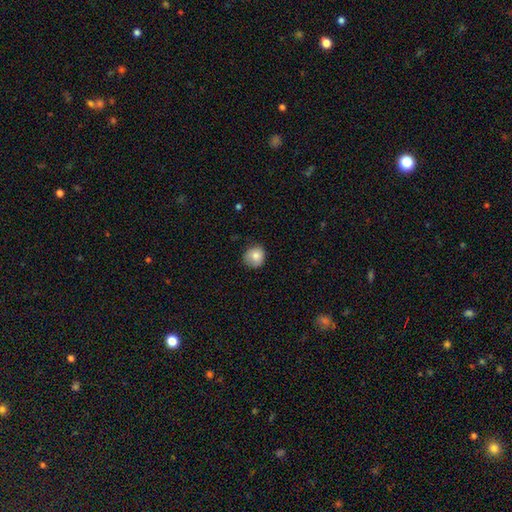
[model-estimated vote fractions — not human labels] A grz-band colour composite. It shows a smooth galaxy with no disk features (83%) that is round (85%). Merging: none (80%).